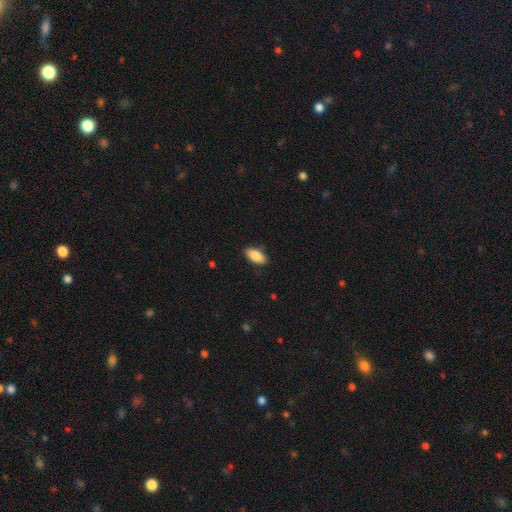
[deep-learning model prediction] This appears to be a smooth galaxy with no disk features (87%) that is in between round and cigar-shaped (91%). Merging: none (85%).